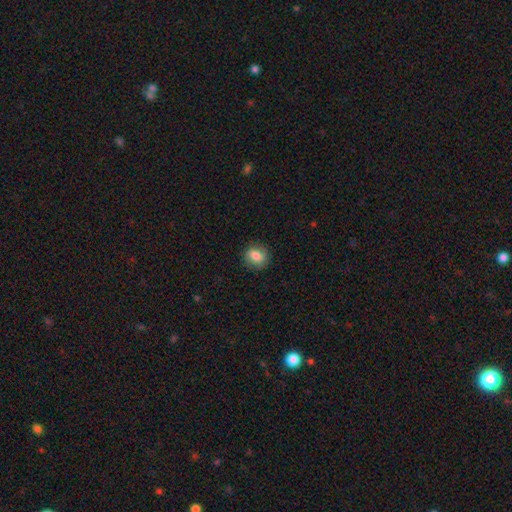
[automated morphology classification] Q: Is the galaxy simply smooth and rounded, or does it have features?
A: smooth — 81%.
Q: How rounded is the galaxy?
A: round — 73%.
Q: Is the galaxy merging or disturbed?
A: none — 86%.